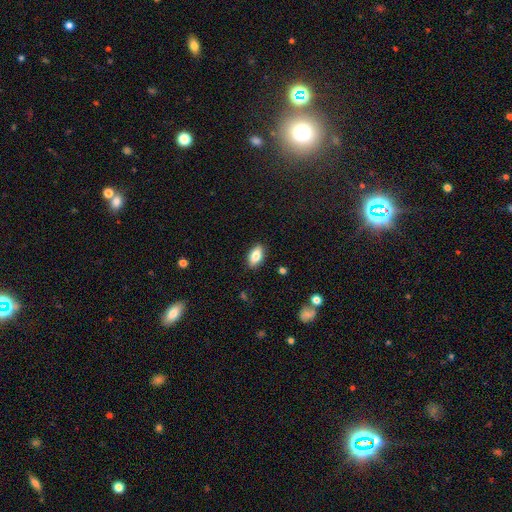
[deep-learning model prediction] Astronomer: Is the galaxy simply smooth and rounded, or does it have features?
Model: smooth — 82%.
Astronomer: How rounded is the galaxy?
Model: in between — 89%.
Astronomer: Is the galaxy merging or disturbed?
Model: none — 87%.